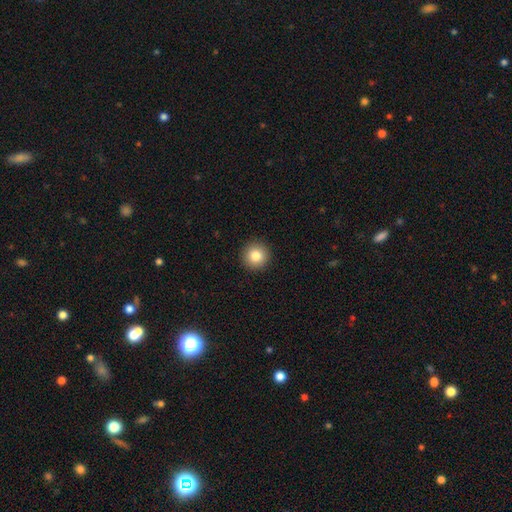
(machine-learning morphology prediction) The model was most divided on "smooth or featured": smooth: 82%, star or artifact: 10%, featured or disk: 8%. More confident: how rounded — round (96%); merging — none (93%).